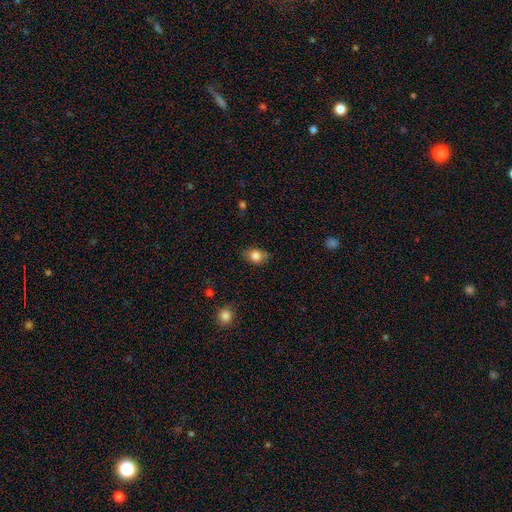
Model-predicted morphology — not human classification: Smooth or featured? smooth (84%)
How rounded? in between (58%)
Merging? none (73%)